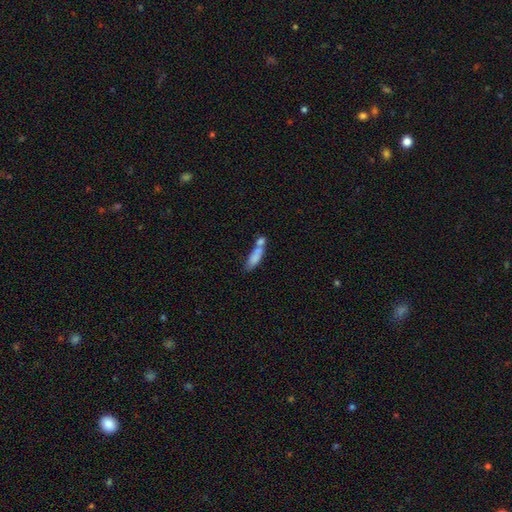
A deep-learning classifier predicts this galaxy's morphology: A smooth galaxy with no disk features (73%) that is in between round and cigar-shaped (49%).

Vote fractions:
- Smooth or featured? smooth: 73% / featured or disk: 18% / star or artifact: 8%
- How rounded? in between: 49% / cigar-shaped: 48% / round: 3%
- Merging? merger: 47% / none: 32% / minor disturbance: 14% / major disturbance: 7%